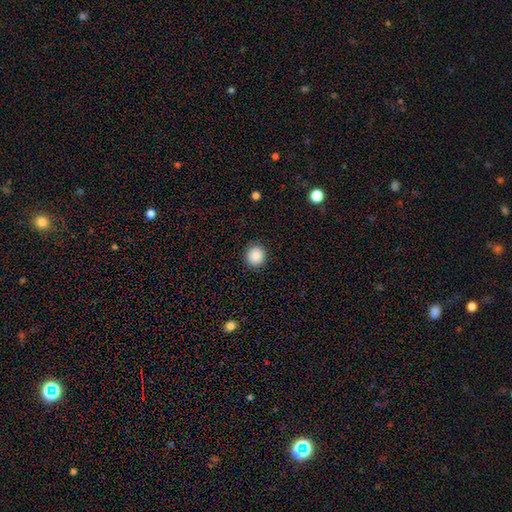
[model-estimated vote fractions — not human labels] Overall: smooth (88%). How rounded: round (91%). Merging: none (91%).